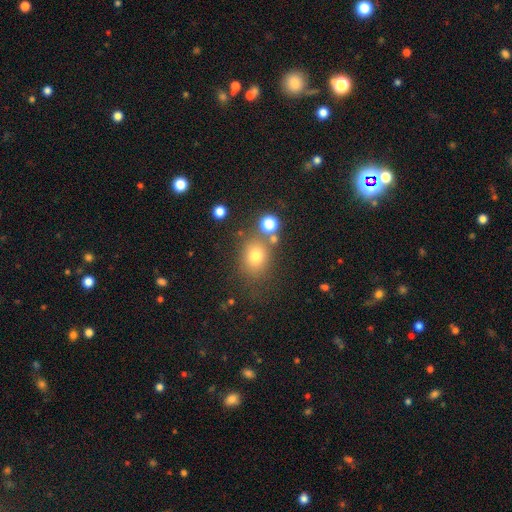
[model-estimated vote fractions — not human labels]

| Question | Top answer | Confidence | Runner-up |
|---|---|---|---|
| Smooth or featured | smooth | 74% | star or artifact (16%) |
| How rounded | round | 54% | in between (45%) |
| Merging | none | 68% | minor disturbance (13%) |